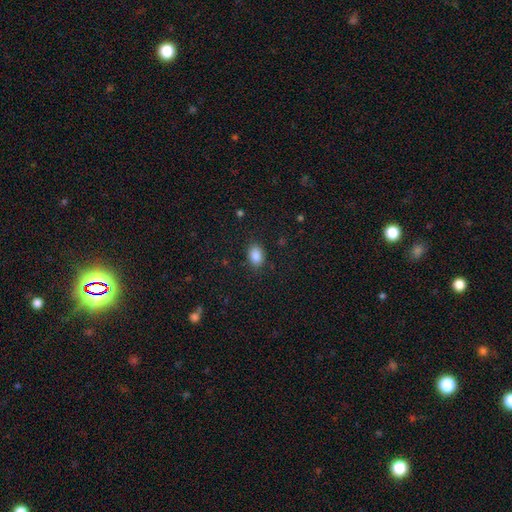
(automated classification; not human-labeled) A smooth galaxy with no disk features (87%) that is in between round and cigar-shaped (80%).

Vote fractions:
- Smooth or featured? smooth: 87% / star or artifact: 9% / featured or disk: 4%
- How rounded? in between: 80% / round: 19% / cigar-shaped: 1%
- Merging? none: 85% / minor disturbance: 11% / major disturbance: 3% / merger: 1%